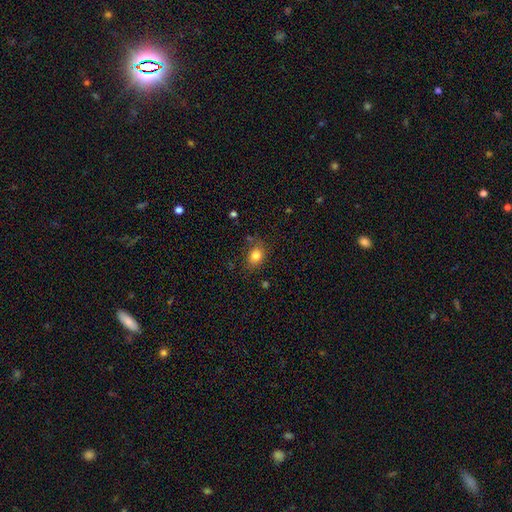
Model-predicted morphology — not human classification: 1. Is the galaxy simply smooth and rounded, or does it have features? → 82% smooth, 10% star or artifact, 7% featured or disk.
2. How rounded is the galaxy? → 61% in between, 38% round, 1% cigar-shaped.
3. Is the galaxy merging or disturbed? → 76% none, 17% minor disturbance, 5% major disturbance, 3% merger.